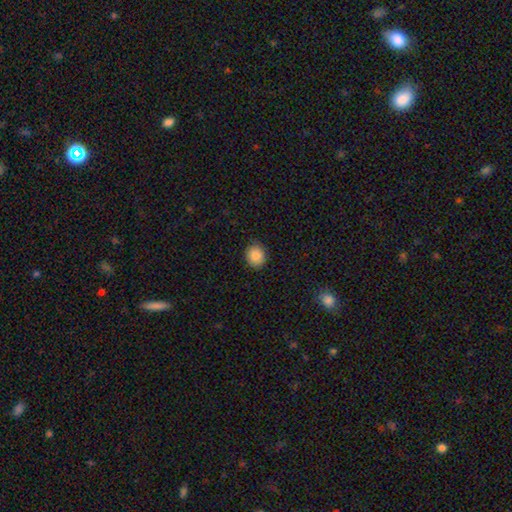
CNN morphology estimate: smooth 88%, star or artifact 9%, featured or disk 4%. Down the decision tree: how rounded — round (73%); merging — none (89%).